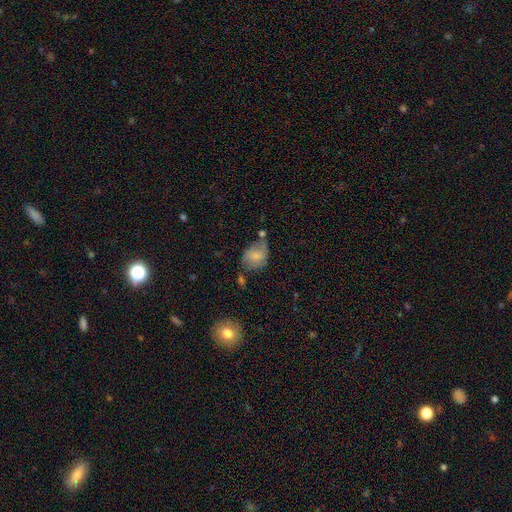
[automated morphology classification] Overall: smooth (66%). How rounded: in between (57%; round 42%). Merging: none (43%; minor disturbance 31%).